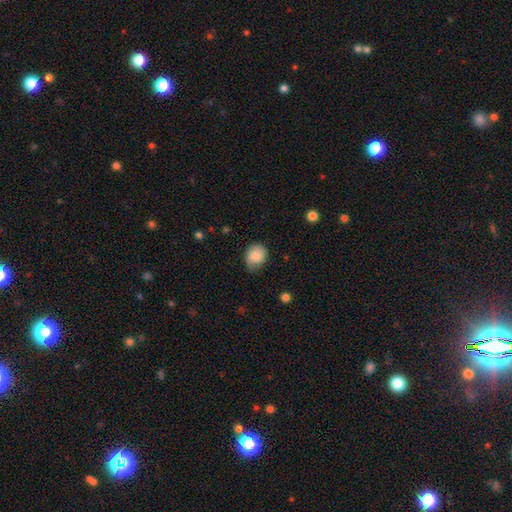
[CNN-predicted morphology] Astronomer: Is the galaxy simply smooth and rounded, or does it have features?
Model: smooth — 82%.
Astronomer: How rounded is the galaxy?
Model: round — 57% (runner-up: in between, 42%).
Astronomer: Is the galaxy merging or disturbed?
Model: none — 67%.